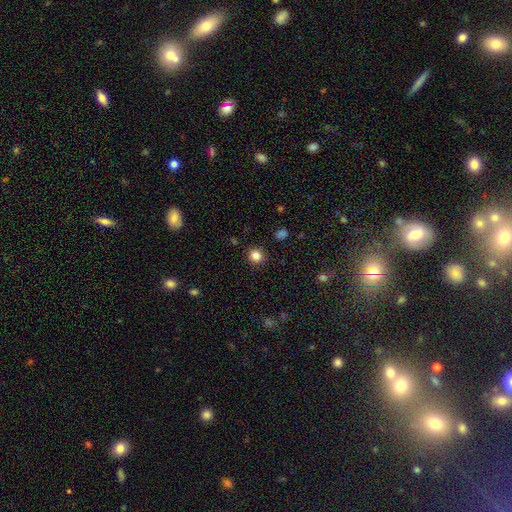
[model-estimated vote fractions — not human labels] Smooth or featured? Predicted: smooth (p=0.83). How rounded? Predicted: round (p=0.91). Merging? Predicted: none (p=0.90).